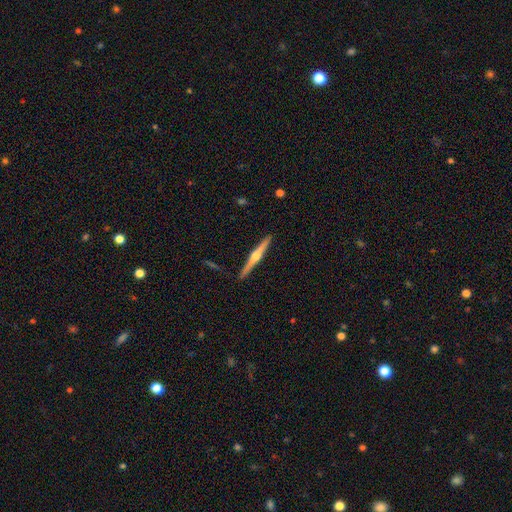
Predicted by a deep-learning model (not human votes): smooth-or-featured: featured or disk: 77% | smooth: 18% | star or artifact: 5%
  disk-edge-on: yes: 98% | no: 2%
    edge-on-bulge: rounded: 94% | none: 3% | boxy: 3%
  merging: none: 92% | minor disturbance: 6% | major disturbance: 1% | merger: 1%